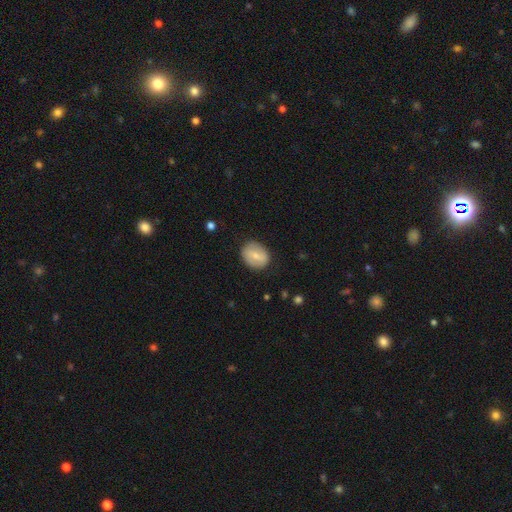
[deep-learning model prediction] Smooth or featured?
  - smooth: 63% *
  - featured or disk: 30%
  - star or artifact: 7%
How rounded?
  - in between: 53% *
  - round: 46%
  - cigar-shaped: 1%
Merging?
  - none: 83% *
  - minor disturbance: 12%
  - major disturbance: 4%
  - merger: 1%